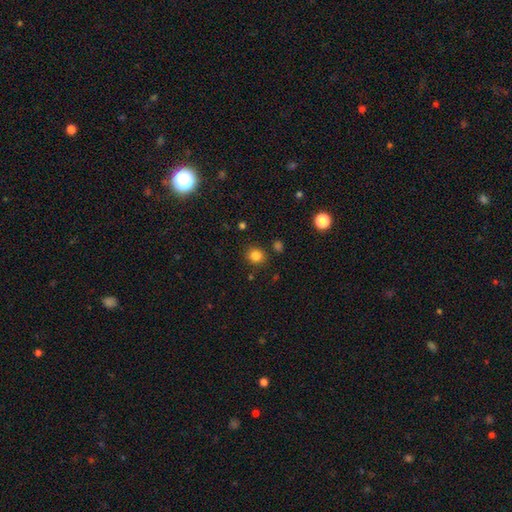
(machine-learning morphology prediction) Smooth or featured: smooth — 83% (star or artifact — 12%)
How rounded: round — 83% (in between — 16%)
Merging: none — 86% (minor disturbance — 9%)